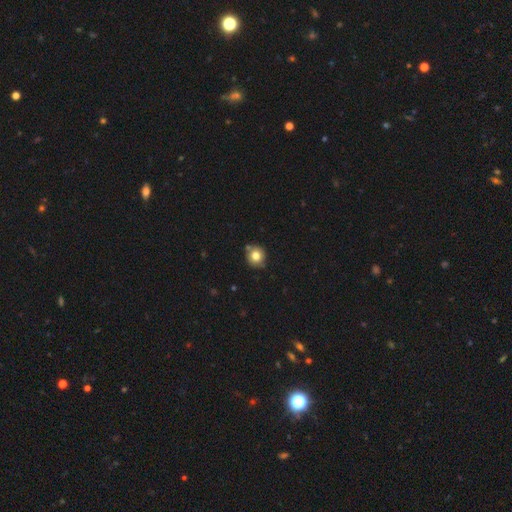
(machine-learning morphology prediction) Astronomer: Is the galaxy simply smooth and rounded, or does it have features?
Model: smooth — 78%.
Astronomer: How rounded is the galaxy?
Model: round — 89%.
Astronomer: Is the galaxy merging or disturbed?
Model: none — 78%.